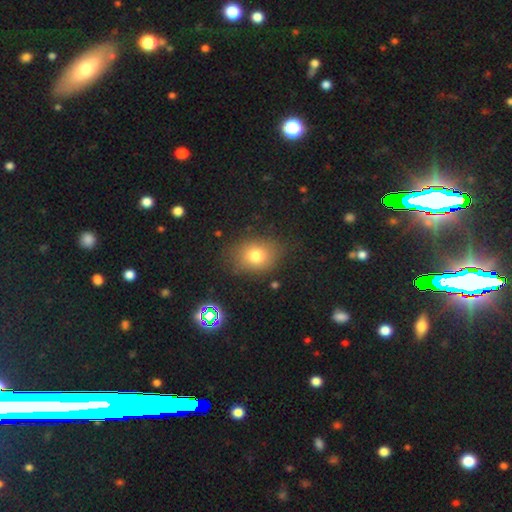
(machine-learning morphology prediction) type=smooth (76%); roundness=in between (51%); merging=none (79%).